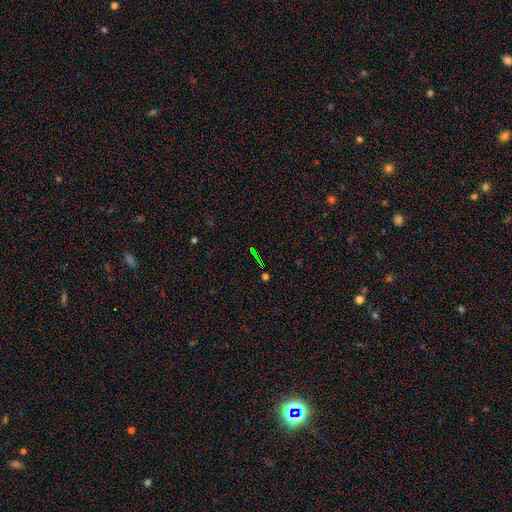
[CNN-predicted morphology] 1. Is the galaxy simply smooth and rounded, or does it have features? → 67% star or artifact, 19% smooth, 15% featured or disk.